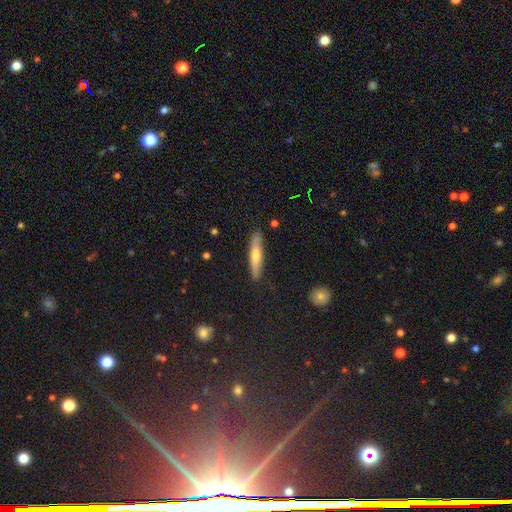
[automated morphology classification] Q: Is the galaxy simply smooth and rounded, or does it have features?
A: smooth — 55%.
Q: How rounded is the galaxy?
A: cigar-shaped — 87%.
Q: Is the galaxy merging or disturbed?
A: none — 88%.